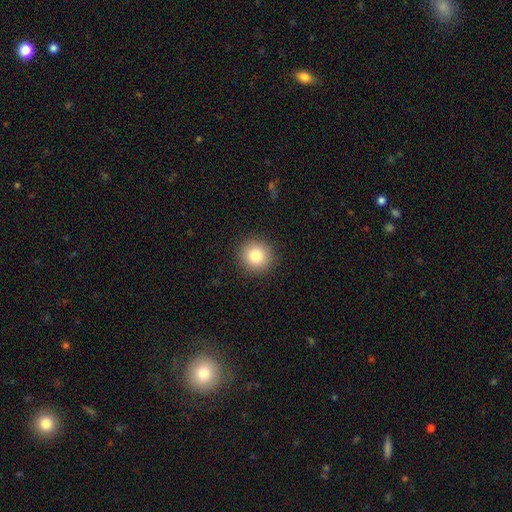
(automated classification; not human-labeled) Q: Smooth or featured?
A: smooth (83%); runner-up: star or artifact (10%)
Q: How rounded?
A: round (92%); runner-up: in between (7%)
Q: Merging?
A: none (91%); runner-up: minor disturbance (6%)